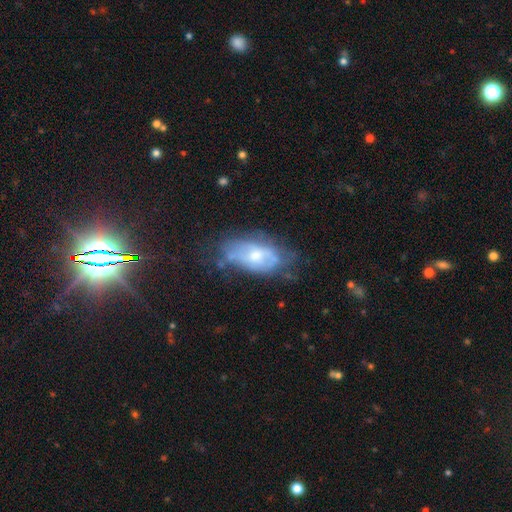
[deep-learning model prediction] featured or disk 58%, smooth 33%, star or artifact 9%. Down the decision tree: edge-on disk — no (90%); bar — no (68%); spiral arms — yes (53%); bulge size — moderate (52%); merging — none (51%).